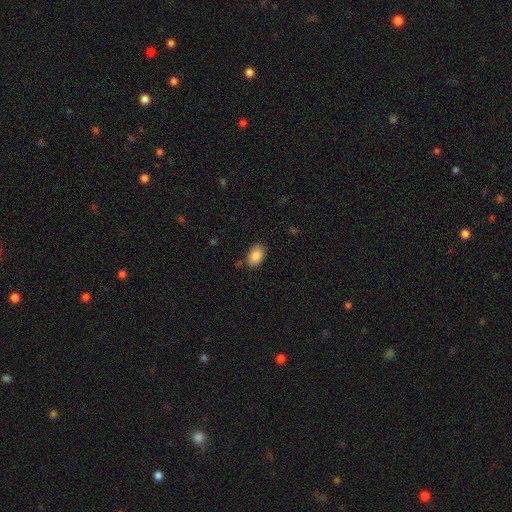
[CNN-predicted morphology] This appears to be a smooth galaxy with no disk features (87%) that is in between round and cigar-shaped (89%). Merging: none (83%).